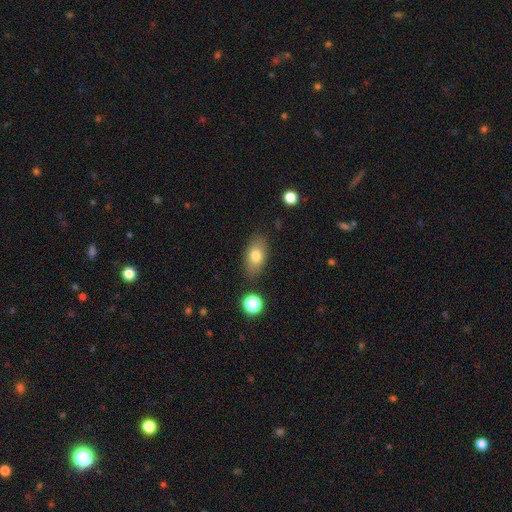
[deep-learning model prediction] This appears to be a smooth galaxy with no disk features (77%) that is in between round and cigar-shaped (88%). Merging: none (82%).